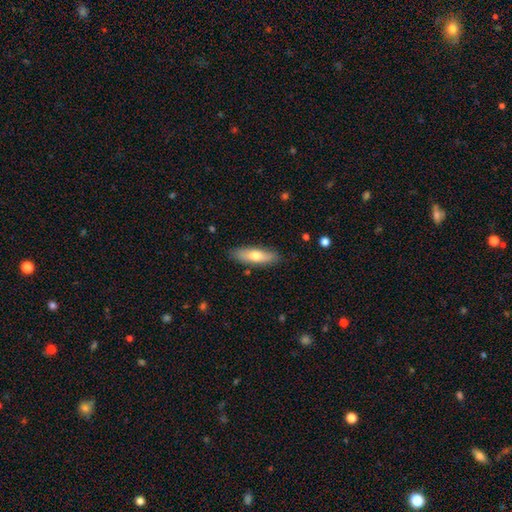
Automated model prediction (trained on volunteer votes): Smooth or featured?
  - smooth: 69% *
  - featured or disk: 25%
  - star or artifact: 6%
How rounded?
  - in between: 49% * (tied)
  - cigar-shaped: 49% * (tied)
  - round: 2%
Merging?
  - none: 85% *
  - minor disturbance: 11%
  - major disturbance: 2%
  - merger: 1%